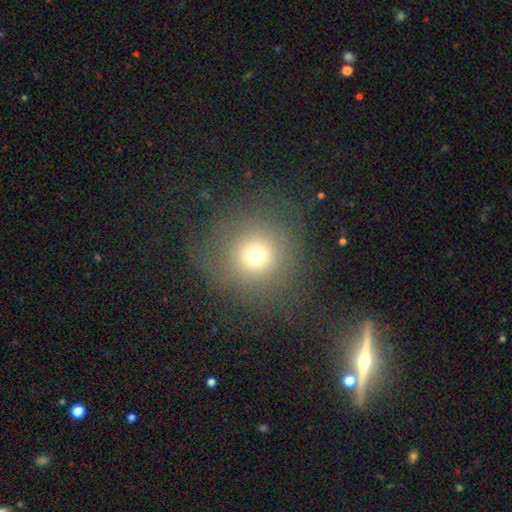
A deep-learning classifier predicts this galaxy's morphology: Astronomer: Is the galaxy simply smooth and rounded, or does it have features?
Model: smooth — 66%.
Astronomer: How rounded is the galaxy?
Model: round — 93%.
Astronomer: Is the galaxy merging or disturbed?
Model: none — 74%.